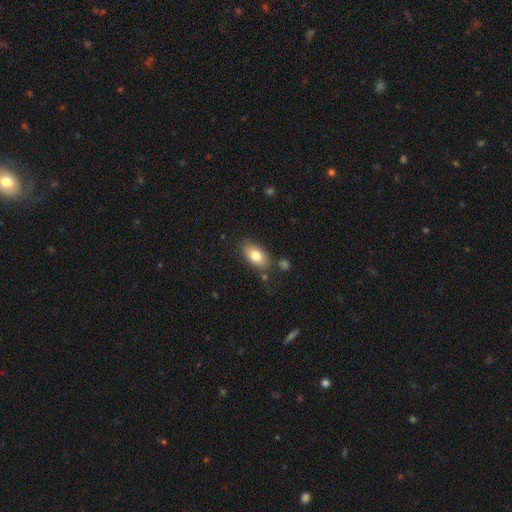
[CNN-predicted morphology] This appears to be a smooth galaxy with no disk features (79%) that is in between round and cigar-shaped (89%). Merging: none (78%).